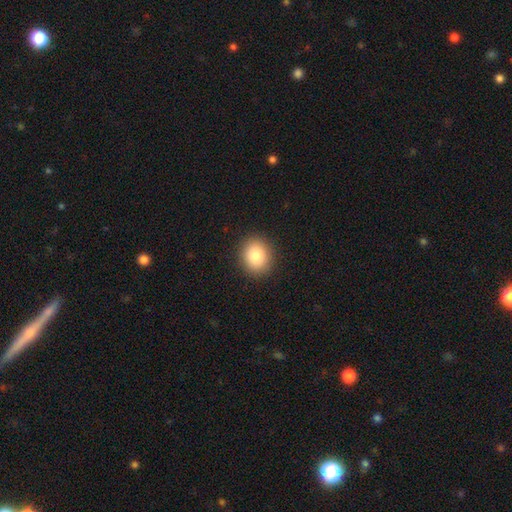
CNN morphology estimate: smooth-or-featured: smooth: 86% | star or artifact: 8% | featured or disk: 6%
  how-rounded: round: 62% | in between: 37% | cigar-shaped: 1%
  merging: none: 90% | minor disturbance: 7% | major disturbance: 2% | merger: 1%